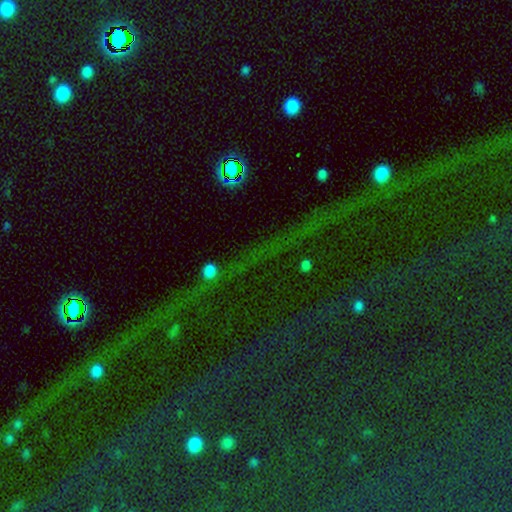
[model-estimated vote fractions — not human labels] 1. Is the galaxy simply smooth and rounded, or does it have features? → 71% star or artifact, 15% smooth, 14% featured or disk.